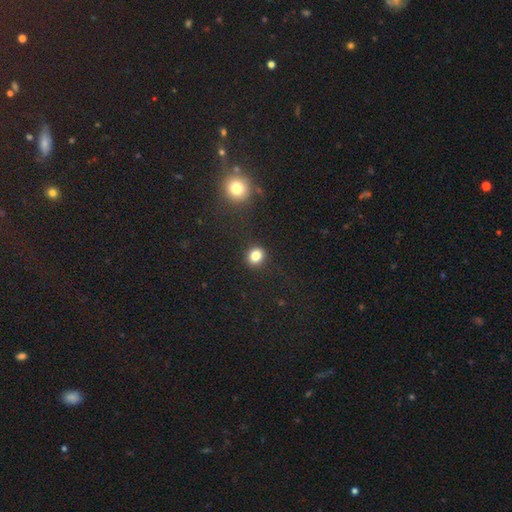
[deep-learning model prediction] Overall: smooth (82%). How rounded: round (76%). Merging: none (90%).